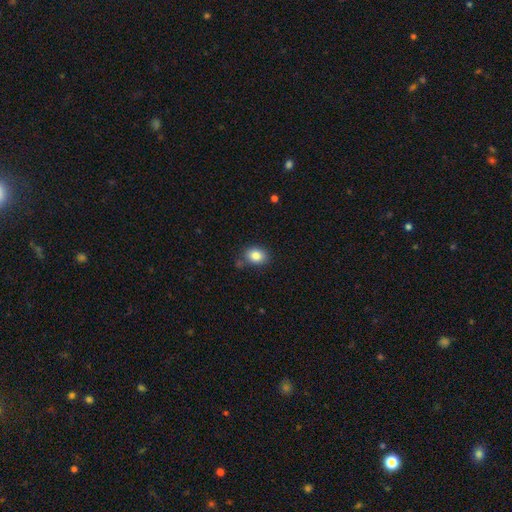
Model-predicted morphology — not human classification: This is clearly a smooth galaxy (85%). How rounded: possibly in between (57%). Merging: likely none (76%).